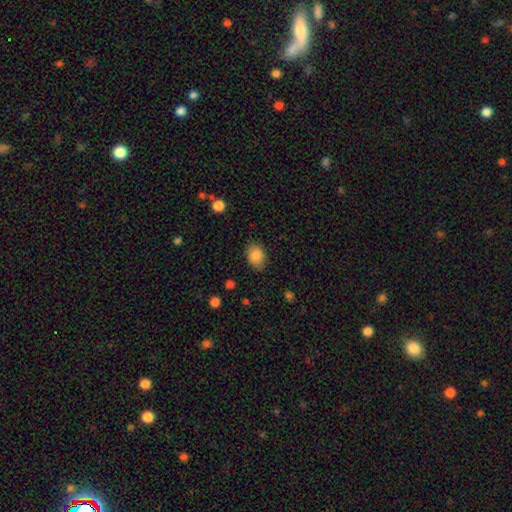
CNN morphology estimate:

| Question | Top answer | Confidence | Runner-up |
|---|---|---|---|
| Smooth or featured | smooth | 88% | star or artifact (8%) |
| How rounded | in between | 76% | round (23%) |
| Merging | none | 83% | minor disturbance (12%) |